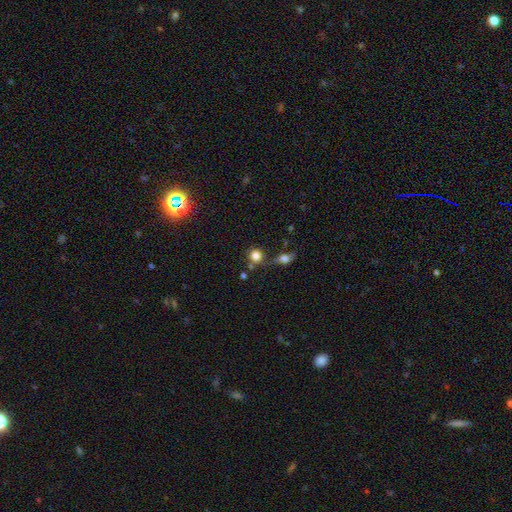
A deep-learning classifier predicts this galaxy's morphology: Q: Smooth or featured?
A: smooth (79%); runner-up: star or artifact (13%)
Q: How rounded?
A: round (87%); runner-up: in between (11%)
Q: Merging?
A: none (63%); runner-up: merger (19%)